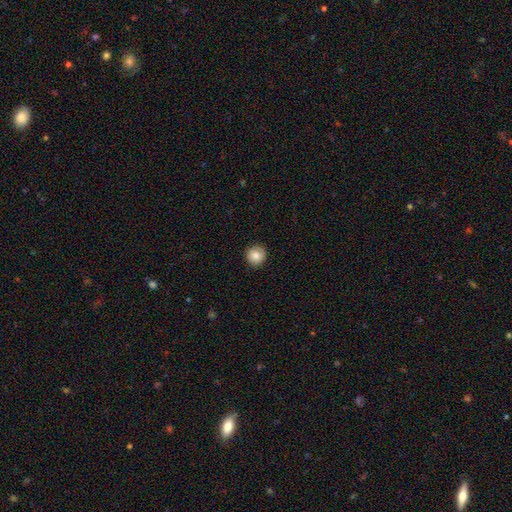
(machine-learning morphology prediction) Smooth or featured? smooth (85%)
How rounded? round (93%)
Merging? none (91%)